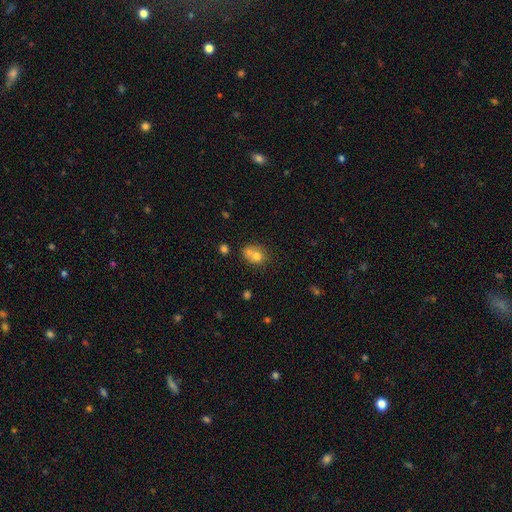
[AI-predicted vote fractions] smooth-or-featured: smooth: 71% | featured or disk: 17% | star or artifact: 12%
  how-rounded: round: 59% | in between: 40% | cigar-shaped: 1%
  merging: merger: 52% | none: 33% | minor disturbance: 11% | major disturbance: 4%